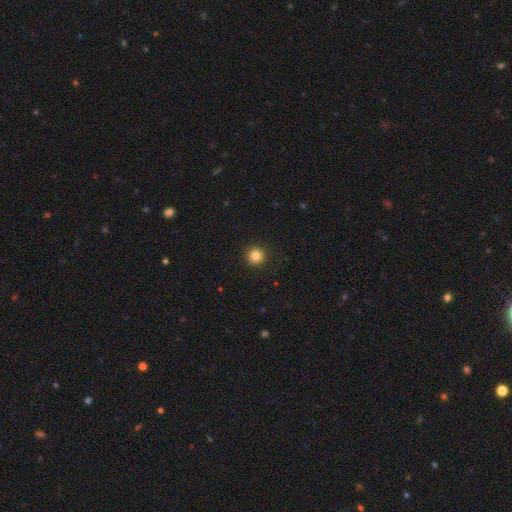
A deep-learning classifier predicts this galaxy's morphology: Smooth or featured: smooth — 83% (star or artifact — 12%)
How rounded: round — 95% (in between — 4%)
Merging: none — 92% (minor disturbance — 5%)